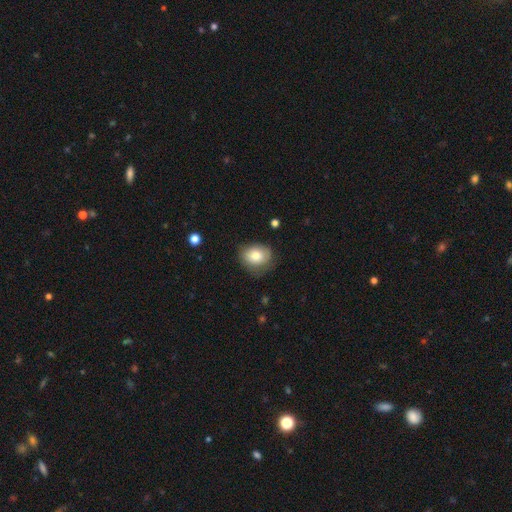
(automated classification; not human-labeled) smooth 78%, featured or disk 14%, star or artifact 8%. Down the decision tree: how rounded — round (55%); merging — none (70%).